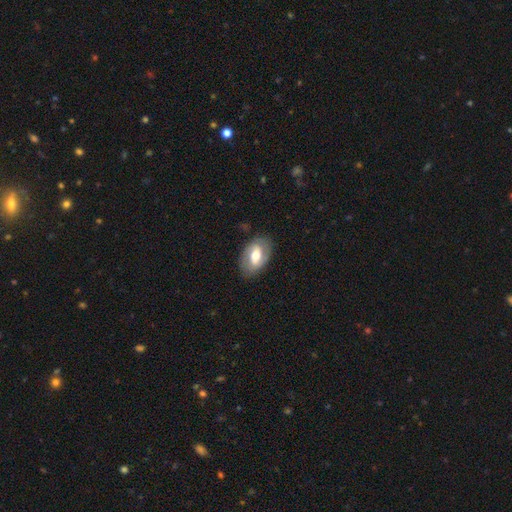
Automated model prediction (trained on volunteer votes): Smooth or featured? featured or disk (55%)
Edge-on disk? no (93%)
Bar? weak (41%)
Spiral arms? yes (58%)
Bulge size? moderate (70%)
Merging? none (81%)